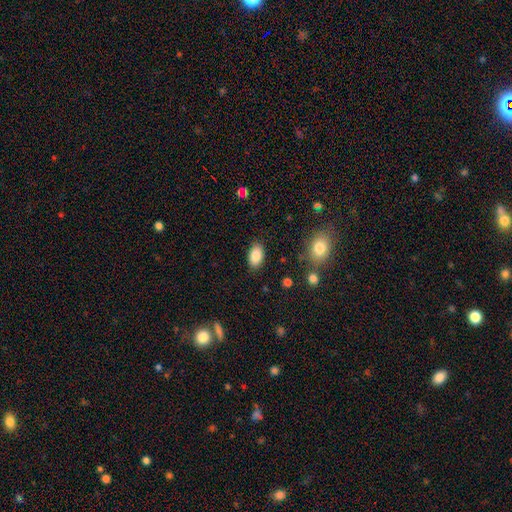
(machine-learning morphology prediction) A smooth galaxy with no disk features (86%) that is in between round and cigar-shaped (93%). Merging: none (86%).